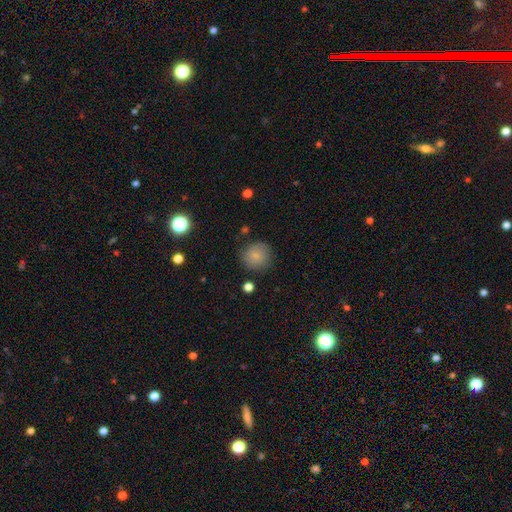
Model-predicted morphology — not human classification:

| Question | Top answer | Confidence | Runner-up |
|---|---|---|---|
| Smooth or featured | smooth | 82% | star or artifact (9%) |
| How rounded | round | 90% | in between (9%) |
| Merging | none | 81% | minor disturbance (13%) |